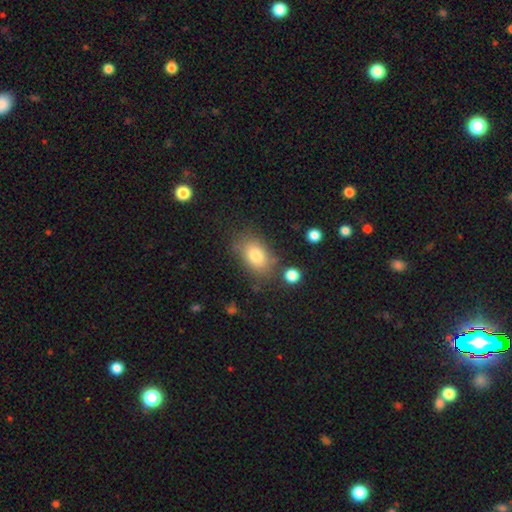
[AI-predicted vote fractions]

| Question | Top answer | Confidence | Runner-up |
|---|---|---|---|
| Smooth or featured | smooth | 79% | featured or disk (12%) |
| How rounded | in between | 82% | round (16%) |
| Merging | none | 74% | minor disturbance (16%) |